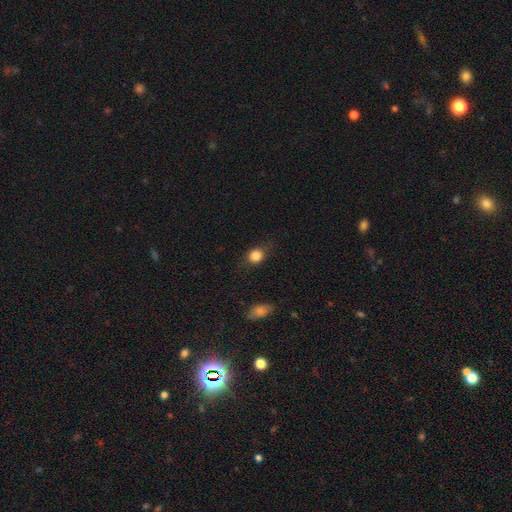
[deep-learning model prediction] Overall: smooth (83%). How rounded: round (65%; in between 33%). Merging: none (74%).